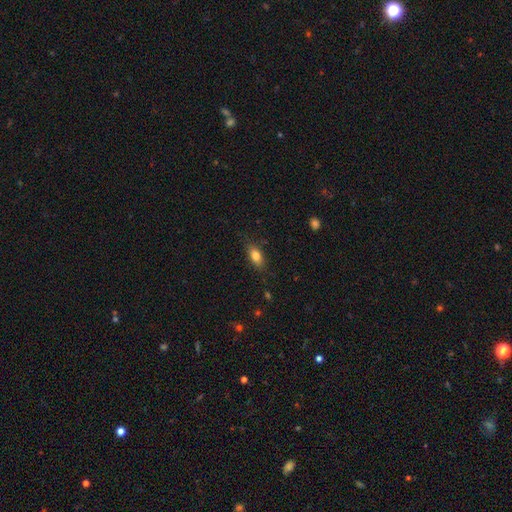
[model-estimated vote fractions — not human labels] Smooth or featured? smooth (79%)
How rounded? in between (83%)
Merging? none (81%)